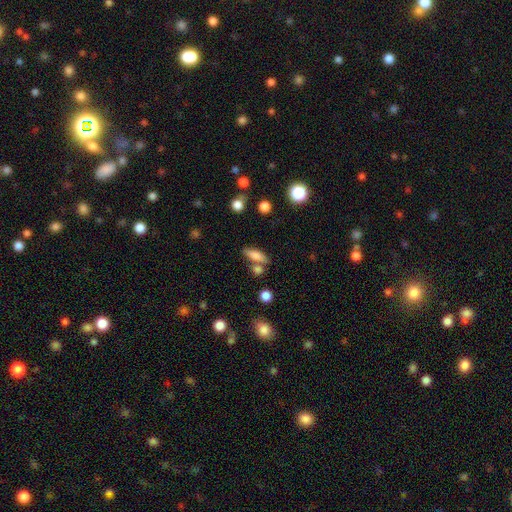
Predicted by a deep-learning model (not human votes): Morphology: type=smooth (69%); roundness=in between (49%); merging=none (65%).